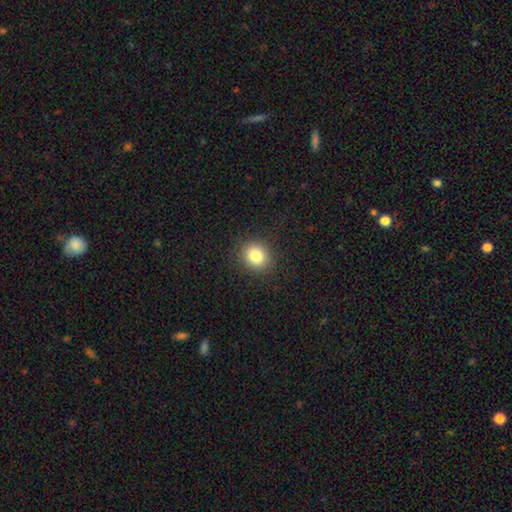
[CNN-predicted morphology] A smooth galaxy with no disk features (82%) that is round (74%).

Vote fractions:
- Smooth or featured? smooth: 82% / star or artifact: 11% / featured or disk: 7%
- How rounded? round: 74% / in between: 25% / cigar-shaped: 1%
- Merging? none: 90% / minor disturbance: 7% / major disturbance: 3% / merger: 1%